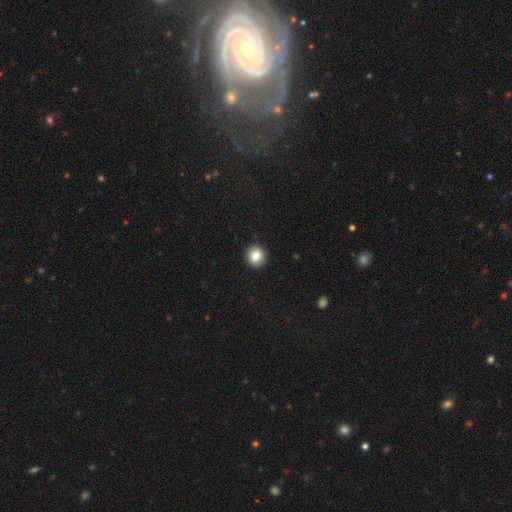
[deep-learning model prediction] smooth_or_featured: smooth (p=0.84) [alt: star or artifact p=0.09]
how_rounded: round (p=0.88) [alt: in between p=0.11]
merging: none (p=0.93) [alt: minor disturbance p=0.05]